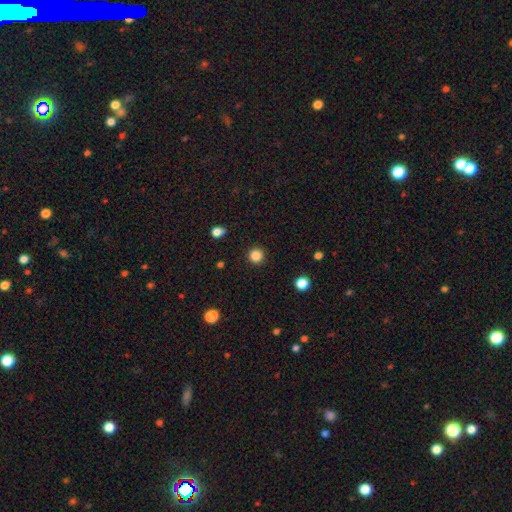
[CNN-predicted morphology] type=smooth (85%); roundness=round (95%); merging=none (92%).